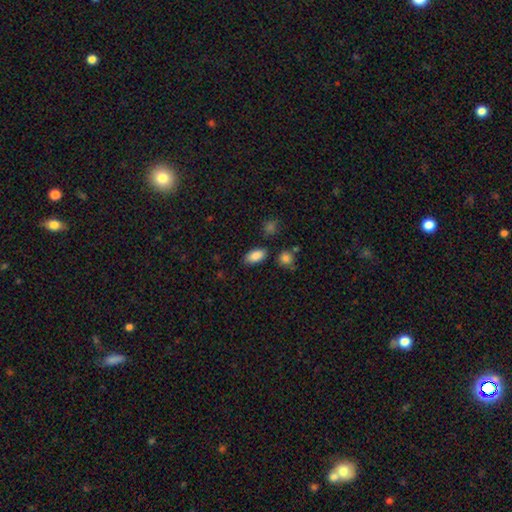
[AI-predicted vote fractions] This appears to be a smooth galaxy with no disk features (87%) that is in between round and cigar-shaped (91%). Merging: none (81%).